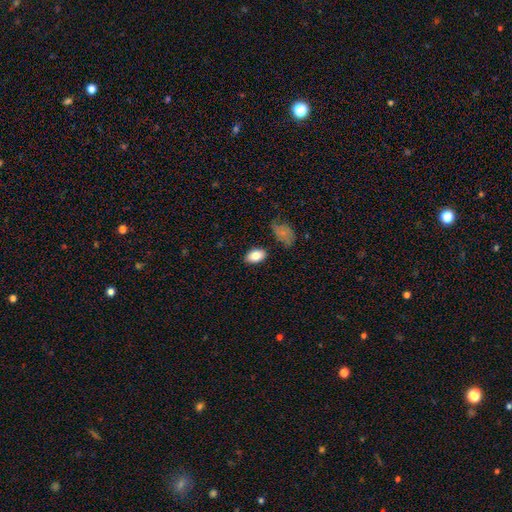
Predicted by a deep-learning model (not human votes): Smooth or featured: smooth — 83% (featured or disk — 9%)
How rounded: in between — 90% (round — 9%)
Merging: none — 84% (minor disturbance — 11%)